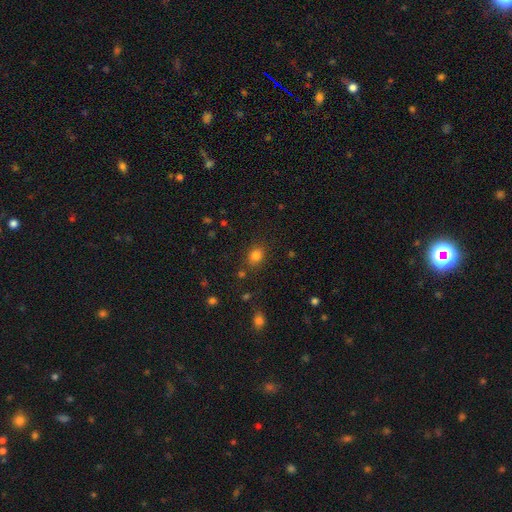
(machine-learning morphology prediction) type=smooth (80%); roundness=round (57%); merging=none (81%).